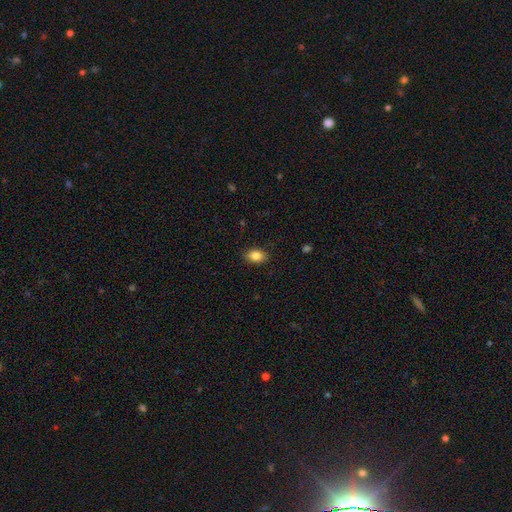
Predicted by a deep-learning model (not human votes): Smooth or featured? Predicted: smooth (p=0.87). How rounded? Predicted: in between (p=0.81). Merging? Predicted: none (p=0.87).